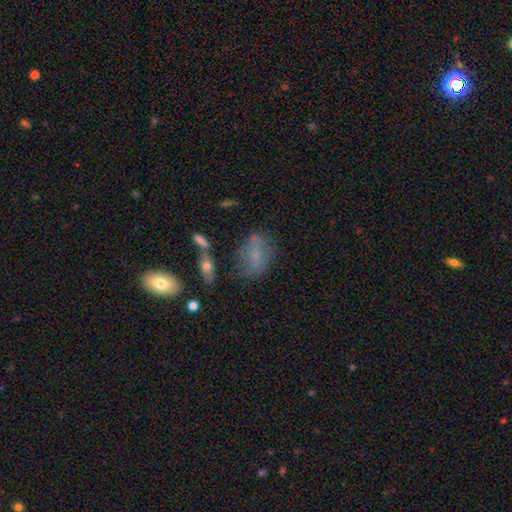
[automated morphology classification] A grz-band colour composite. It shows a smooth galaxy with no disk features (62%) that is in between round and cigar-shaped (82%). Merging: none (54%).